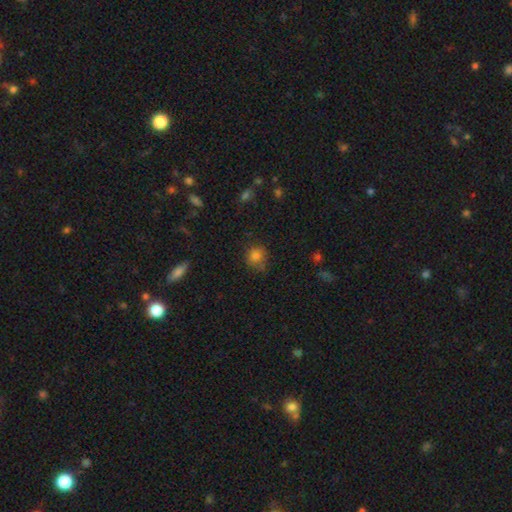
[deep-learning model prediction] smooth_or_featured: smooth (p=0.79) [alt: star or artifact p=0.13]
how_rounded: round (p=0.78) [alt: in between p=0.21]
merging: none (p=0.66) [alt: minor disturbance p=0.23]